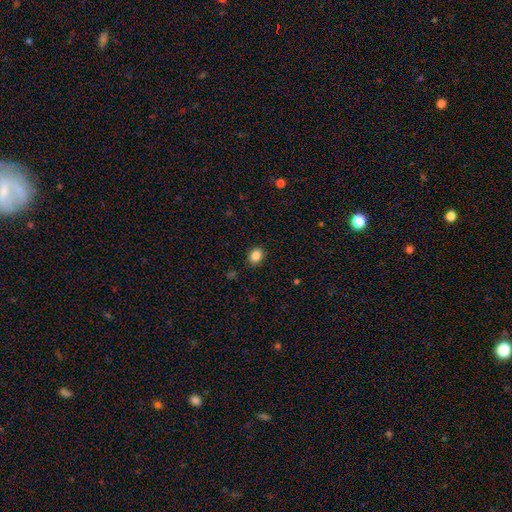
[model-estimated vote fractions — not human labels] This is clearly a smooth galaxy (86%). How rounded: possibly round (51%). Merging: clearly none (87%).